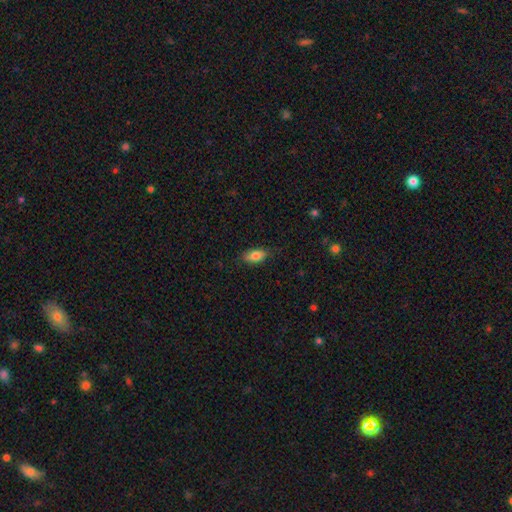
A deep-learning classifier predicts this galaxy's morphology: Smooth or featured? smooth (82%)
How rounded? in between (86%)
Merging? none (83%)